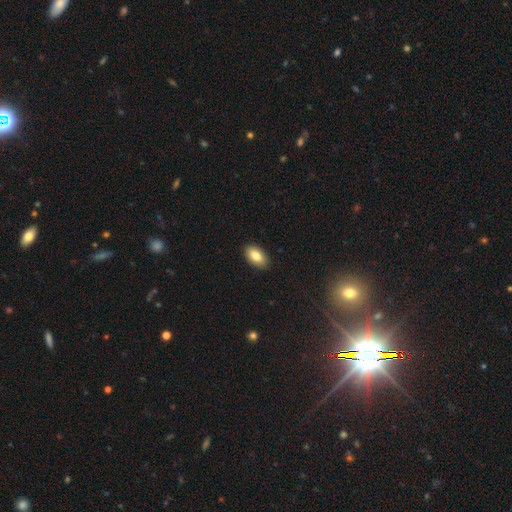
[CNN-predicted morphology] smooth_or_featured: smooth (p=0.85) [alt: featured or disk p=0.08]
how_rounded: in between (p=0.94) [alt: round p=0.04]
merging: none (p=0.89) [alt: minor disturbance p=0.08]